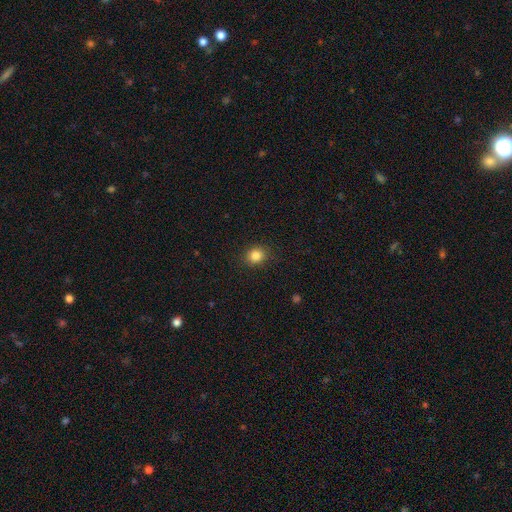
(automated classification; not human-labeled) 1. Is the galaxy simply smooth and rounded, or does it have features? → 84% smooth, 11% star or artifact, 5% featured or disk.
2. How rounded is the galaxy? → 73% round, 26% in between, 1% cigar-shaped.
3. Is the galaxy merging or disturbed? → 88% none, 8% minor disturbance, 2% major disturbance, 1% merger.